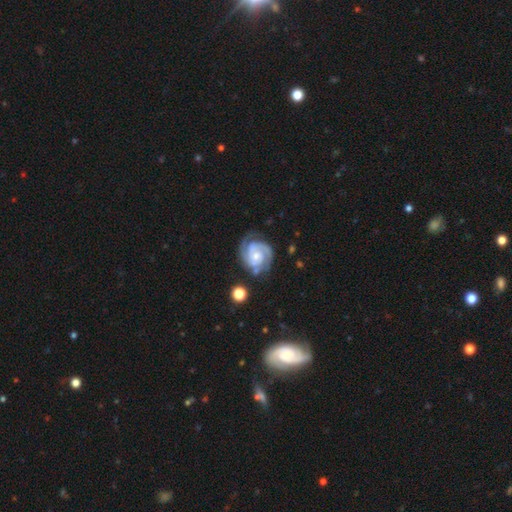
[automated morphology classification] Smooth or featured?
  - featured or disk: 88% *
  - smooth: 7%
  - star or artifact: 5%
Edge-on disk?
  - no: 98% *
  - yes: 2%
Bar?
  - no: 64% *
  - weak: 29%
  - strong: 7%
Spiral arms?
  - yes: 98% *
  - no: 2%
Spiral winding?
  - tight: 65% *
  - medium: 30%
  - loose: 5%
Spiral arm count?
  - 2: 70% *
  - 3: 13%
  - can't tell: 8%
  - 1: 4%
  - 4: 2%
  - more than 4: 2%
Bulge size?
  - small: 55% *
  - moderate: 35%
  - none: 5%
  - large: 3%
  - dominant: 1%
Merging?
  - none: 68% *
  - minor disturbance: 19%
  - major disturbance: 9%
  - merger: 5%